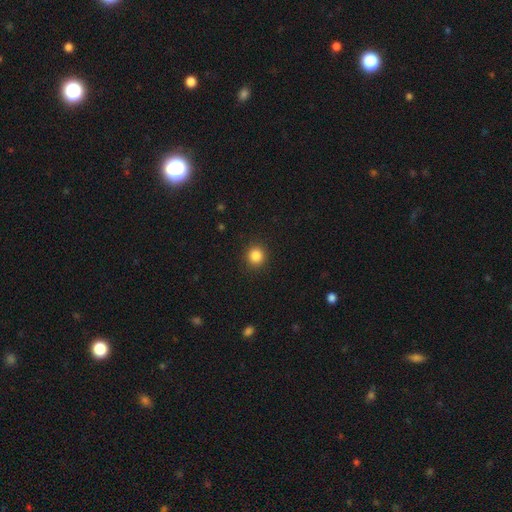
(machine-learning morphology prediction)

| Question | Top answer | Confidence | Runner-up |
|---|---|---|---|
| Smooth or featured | smooth | 86% | star or artifact (11%) |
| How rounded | round | 91% | in between (8%) |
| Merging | none | 91% | minor disturbance (6%) |